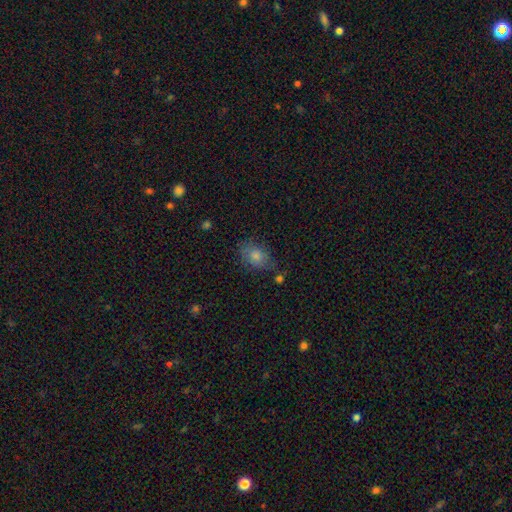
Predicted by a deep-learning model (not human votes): Q: Smooth or featured?
A: smooth (72%); runner-up: featured or disk (14%)
Q: How rounded?
A: in between (70%); runner-up: round (28%)
Q: Merging?
A: none (71%); runner-up: minor disturbance (20%)